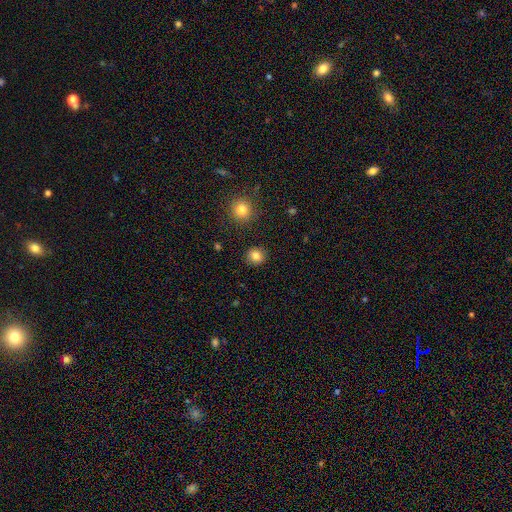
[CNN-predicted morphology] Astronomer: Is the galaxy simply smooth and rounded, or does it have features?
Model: smooth — 83%.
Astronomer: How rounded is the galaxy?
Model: round — 90%.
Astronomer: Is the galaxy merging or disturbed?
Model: none — 91%.